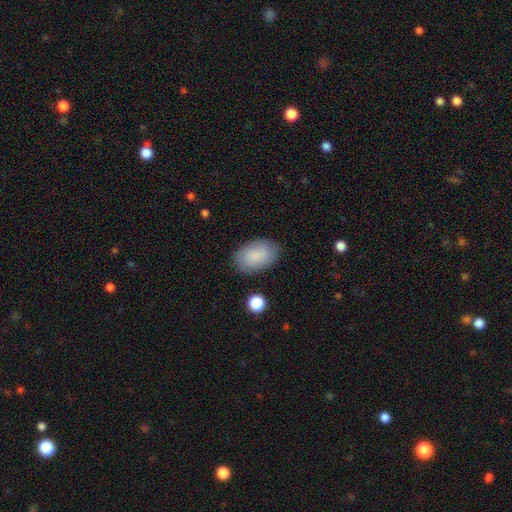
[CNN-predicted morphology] Smooth or featured: smooth — 85% (featured or disk — 8%)
How rounded: in between — 92% (round — 7%)
Merging: none — 83% (minor disturbance — 12%)